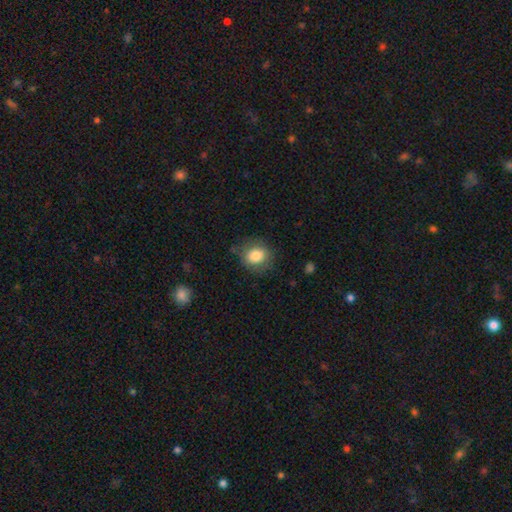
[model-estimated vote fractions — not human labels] This is clearly a smooth galaxy (82%). How rounded: likely round (73%). Merging: likely none (77%).